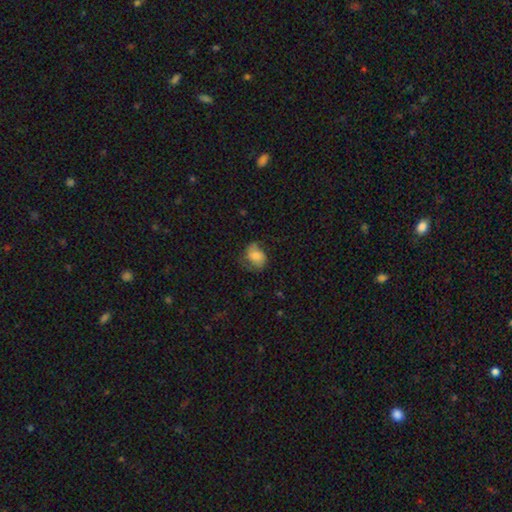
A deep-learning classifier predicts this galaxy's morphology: smooth-or-featured: smooth: 62% | featured or disk: 29% | star or artifact: 9%
  how-rounded: in between: 61% | round: 38% | cigar-shaped: 1%
  merging: none: 52% | minor disturbance: 29% | major disturbance: 17% | merger: 2%